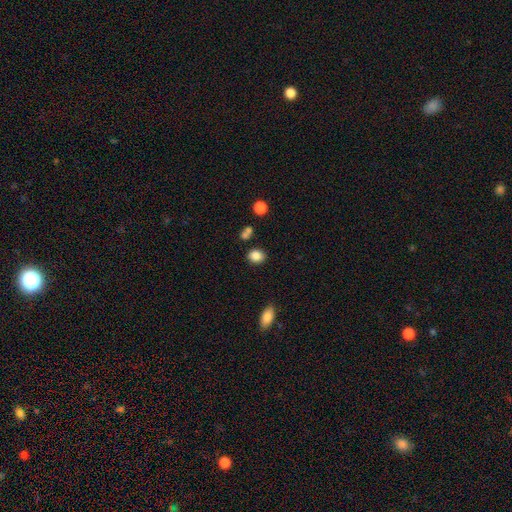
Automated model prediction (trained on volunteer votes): smooth 86%, star or artifact 10%, featured or disk 5%. Down the decision tree: how rounded — round (53%); merging — none (80%).